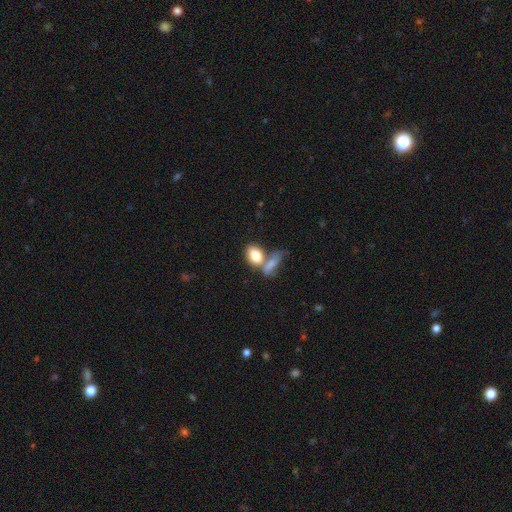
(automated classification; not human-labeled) Smooth or featured?
  - smooth: 79% *
  - featured or disk: 13%
  - star or artifact: 8%
How rounded?
  - in between: 83% *
  - round: 13%
  - cigar-shaped: 4%
Merging?
  - merger: 46% *
  - none: 36%
  - minor disturbance: 11%
  - major disturbance: 6%